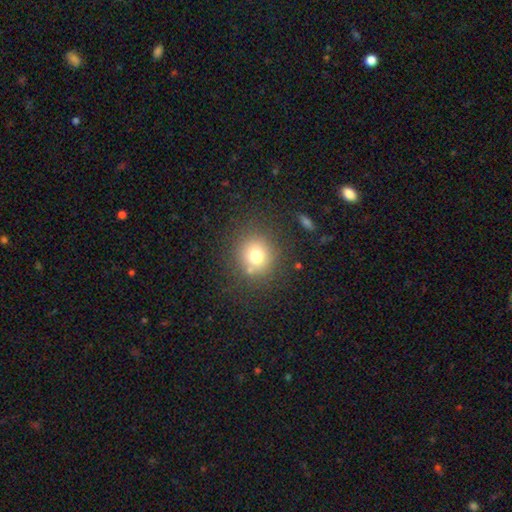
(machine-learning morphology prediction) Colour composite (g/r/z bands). It shows a smooth galaxy with no disk features (74%) that is round (89%). Merging: none (81%).